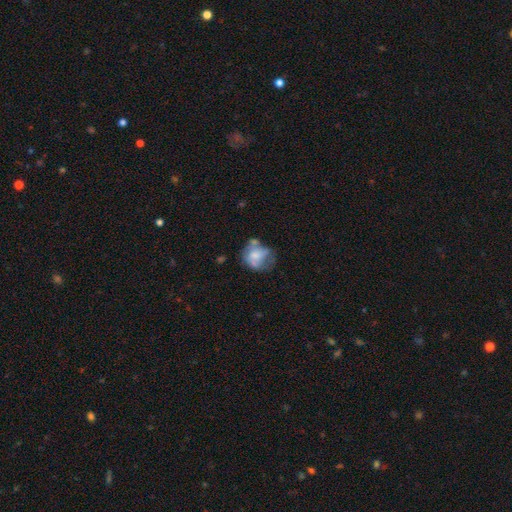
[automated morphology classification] This is possibly a smooth galaxy (52%). How rounded: possibly round (57%). Merging: marginally none (33%).